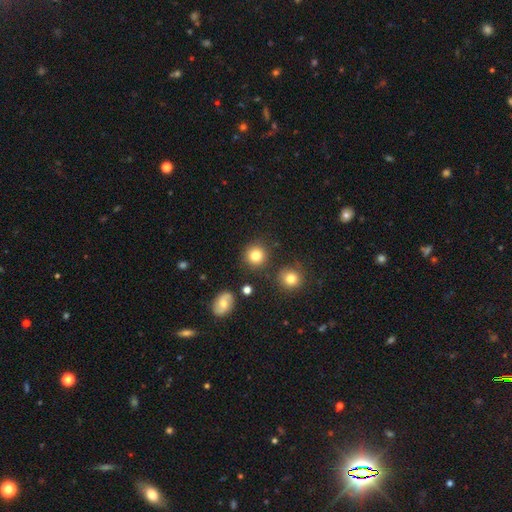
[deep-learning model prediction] Smooth or featured?
  - smooth: 82% *
  - star or artifact: 11%
  - featured or disk: 7%
How rounded?
  - round: 92% *
  - in between: 7%
  - cigar-shaped: 1%
Merging?
  - none: 86% *
  - minor disturbance: 8%
  - merger: 3%
  - major disturbance: 3%